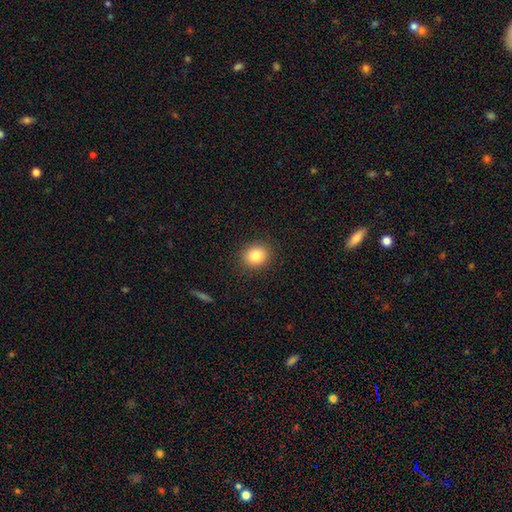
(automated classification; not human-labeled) smooth_or_featured: smooth (p=0.84) [alt: star or artifact p=0.10]
how_rounded: round (p=0.71) [alt: in between p=0.28]
merging: none (p=0.89) [alt: minor disturbance p=0.07]